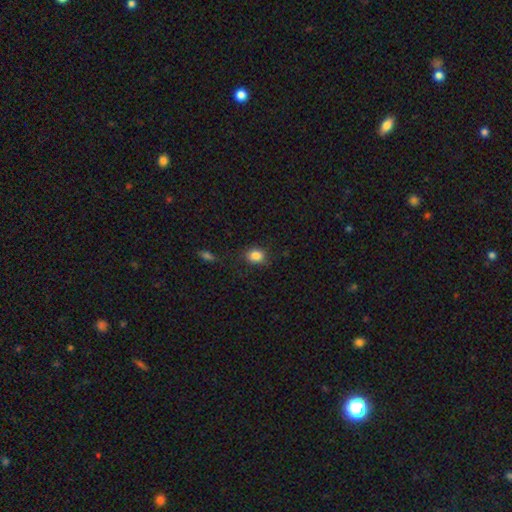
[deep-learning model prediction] Morphology: type=smooth (84%); roundness=round (55%); merging=none (79%).